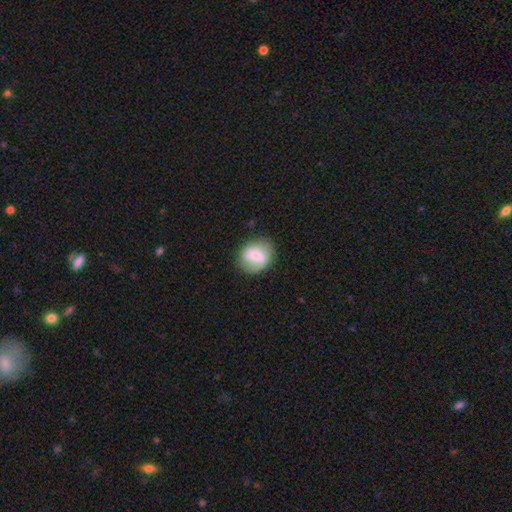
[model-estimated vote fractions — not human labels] Q: Smooth or featured?
A: smooth (60%); runner-up: featured or disk (32%)
Q: How rounded?
A: round (72%); runner-up: in between (27%)
Q: Merging?
A: none (76%); runner-up: minor disturbance (16%)